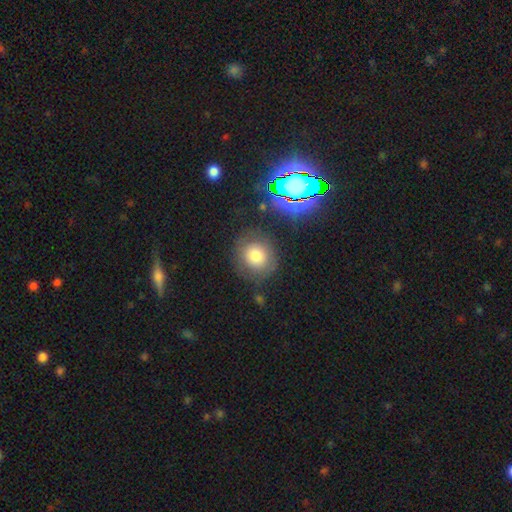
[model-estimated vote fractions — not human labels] This is likely a smooth galaxy (70%). How rounded: likely round (79%). Merging: likely none (74%).